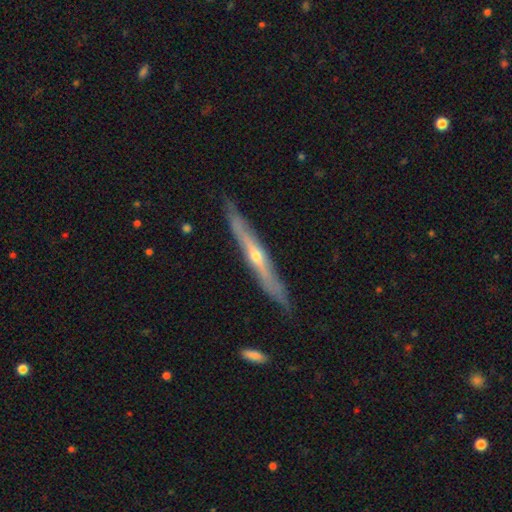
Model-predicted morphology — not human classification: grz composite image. It shows a featured or disk galaxy (75%) viewed edge-on (93%) with a rounded central bulge (79%). Merging: none (87%).